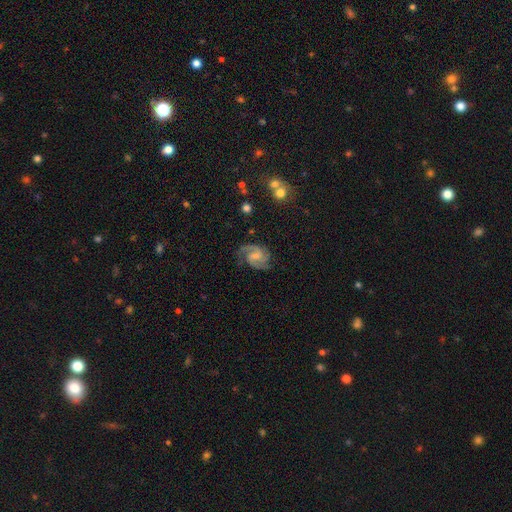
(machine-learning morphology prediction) A featured or disk galaxy (90%) with a weak bar (54%), 2 (68%) medium (57%) spiral arms (98%) and a small central bulge (47%).

Vote fractions:
- Smooth or featured? featured or disk: 90% / smooth: 6% / star or artifact: 5%
- Edge-on disk? no: 98% / yes: 2%
- Bar? weak: 54% / no: 33% / strong: 13%
- Spiral arms? yes: 98% / no: 2%
- Spiral winding? medium: 57% / tight: 29% / loose: 14%
- Spiral arm count? 2: 68% / 3: 19% / can't tell: 5% / 1: 3% / 4: 3% / more than 4: 2%
- Bulge size? small: 47% / moderate: 28% / none: 21% / large: 2% / dominant: 1%
- Merging? none: 75% / minor disturbance: 16% / major disturbance: 7% / merger: 2%